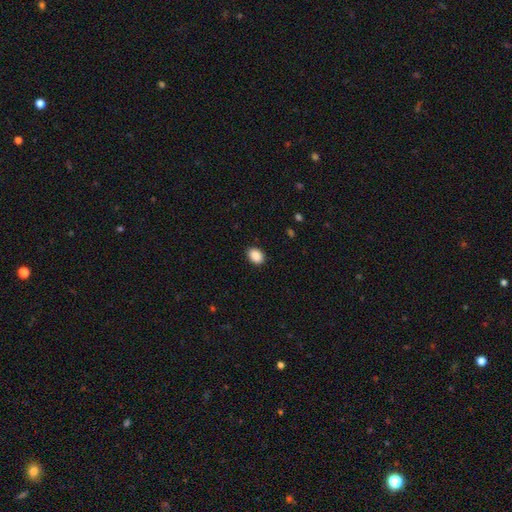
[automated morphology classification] Smooth or featured: smooth — 90% (star or artifact — 8%)
How rounded: in between — 70% (round — 29%)
Merging: none — 89% (minor disturbance — 8%)